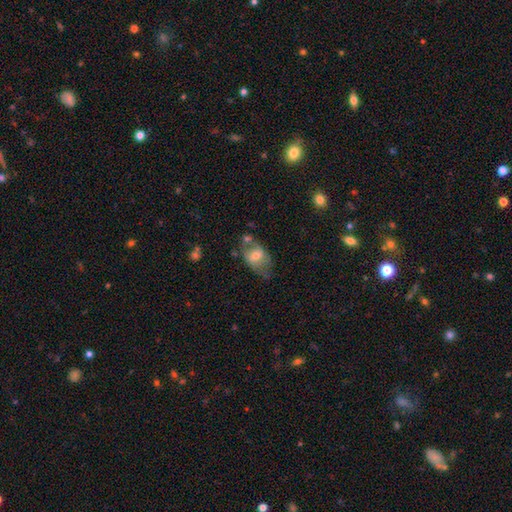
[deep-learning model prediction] Smooth or featured: smooth — 52% (featured or disk — 40%)
How rounded: in between — 82% (round — 16%)
Merging: none — 42% (minor disturbance — 27%)